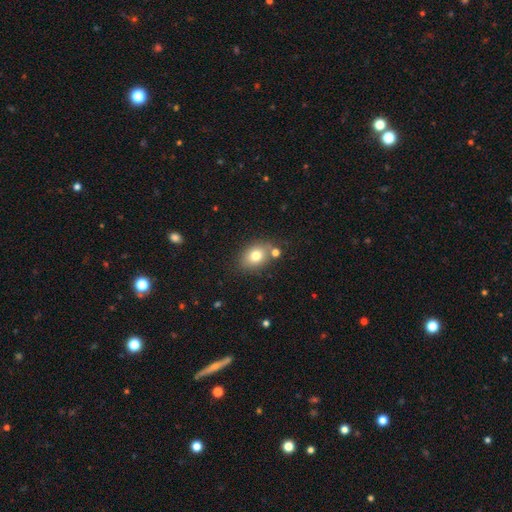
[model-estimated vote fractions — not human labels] This is likely a smooth galaxy (77%). How rounded: likely in between (68%). Merging: likely none (72%).